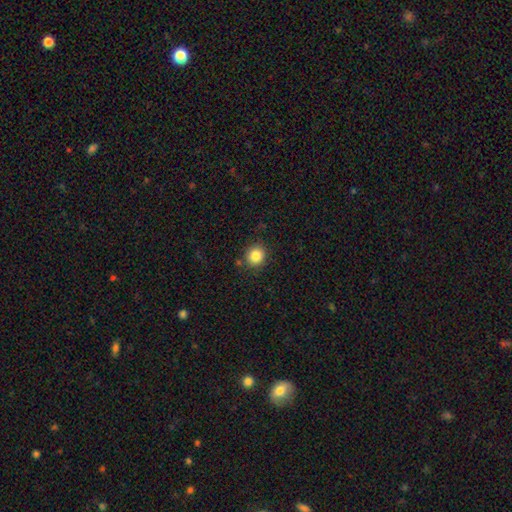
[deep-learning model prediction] The model was most divided on "how rounded": round: 85%, in between: 14%, cigar-shaped: 1%. More confident: merging — none (86%); smooth or featured — smooth (84%).